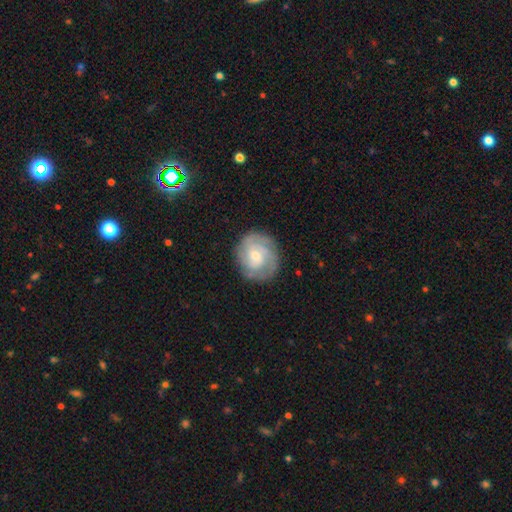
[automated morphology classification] This appears to be a featured or disk galaxy (65%) with no bar (65%), tight (54%) spiral arms (90%) and a small central bulge (49%). Merging: none (78%).